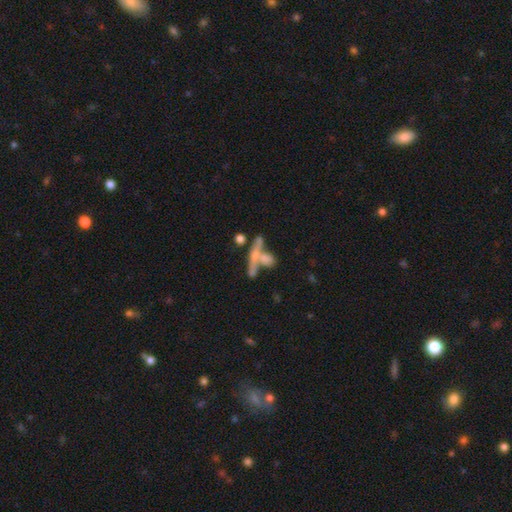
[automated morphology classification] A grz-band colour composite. It shows a smooth galaxy with no disk features (48%). Merging: merger (41%).